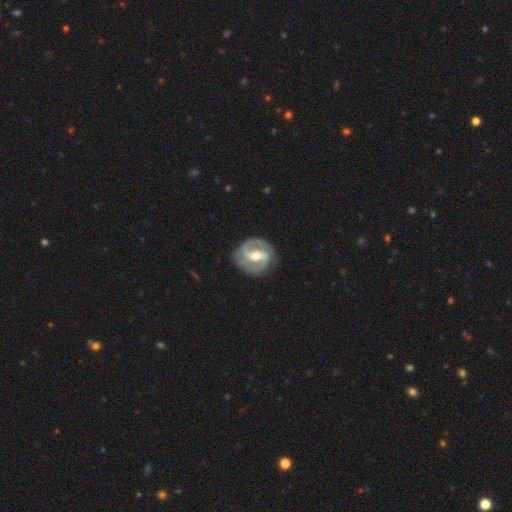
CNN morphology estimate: smooth_or_featured: featured or disk (p=0.89) [alt: smooth p=0.07]
disk_edge_on: no (p=0.98) [alt: yes p=0.02]
bar: strong (p=0.48) [alt: weak p=0.38]
has_spiral_arms: yes (p=0.96) [alt: no p=0.04]
spiral_winding: medium (p=0.49) [alt: tight p=0.39]
spiral_arm_count: 2 (p=0.89) [alt: 3 p=0.04]
bulge_size: moderate (p=0.70) [alt: small p=0.24]
merging: none (p=0.83) [alt: minor disturbance p=0.12]